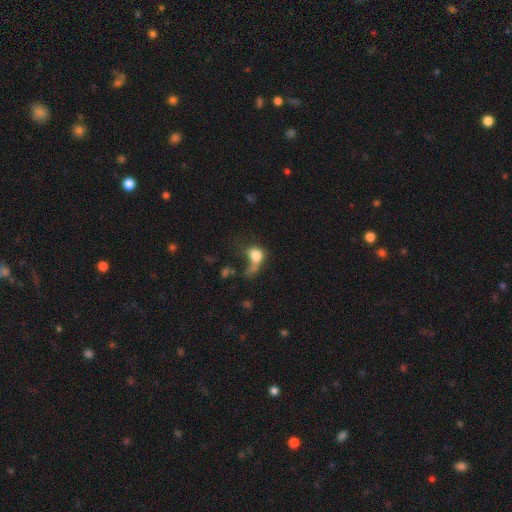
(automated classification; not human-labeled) smooth-or-featured: smooth: 74% | featured or disk: 15% | star or artifact: 11%
  how-rounded: in between: 52% | round: 46% | cigar-shaped: 2%
  merging: major disturbance: 37% | merger: 24% | none: 22% | minor disturbance: 17%